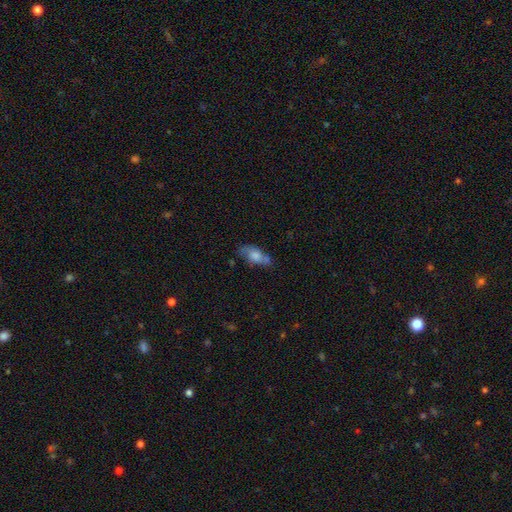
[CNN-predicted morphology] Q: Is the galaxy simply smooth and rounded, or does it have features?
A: smooth — 64%.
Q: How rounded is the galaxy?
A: in between — 81%.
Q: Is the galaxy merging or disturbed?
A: none — 49%.